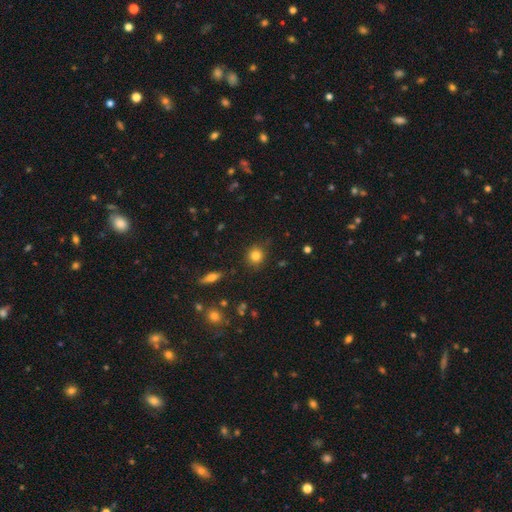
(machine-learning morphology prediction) Smooth or featured: smooth — 82% (star or artifact — 12%)
How rounded: round — 86% (in between — 13%)
Merging: none — 85% (minor disturbance — 11%)